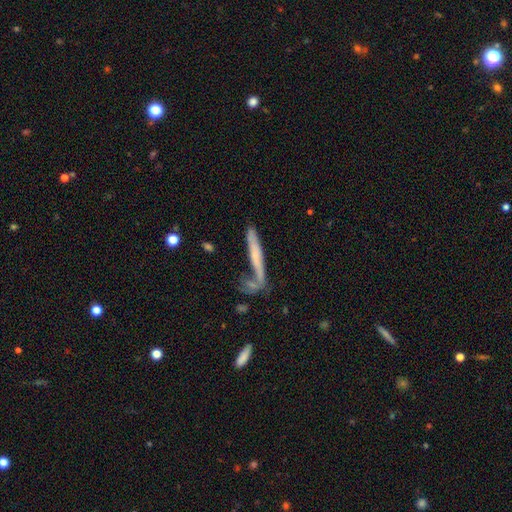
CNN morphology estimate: smooth-or-featured: featured or disk: 46% (tied) | smooth: 46% (tied) | star or artifact: 8%
  merging: none: 50% | merger: 20% | minor disturbance: 17% | major disturbance: 12%